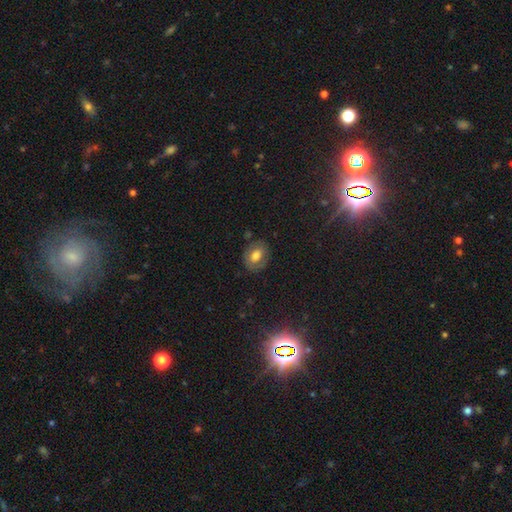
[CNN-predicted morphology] type=smooth (64%); roundness=in between (57%); merging=none (79%).